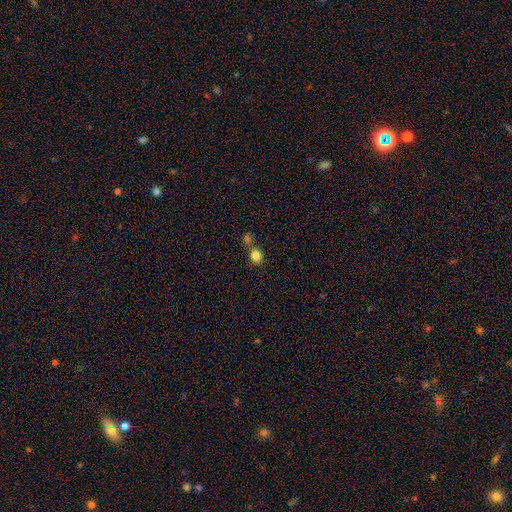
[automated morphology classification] Smooth or featured? smooth (83%)
How rounded? round (70%)
Merging? none (55%)